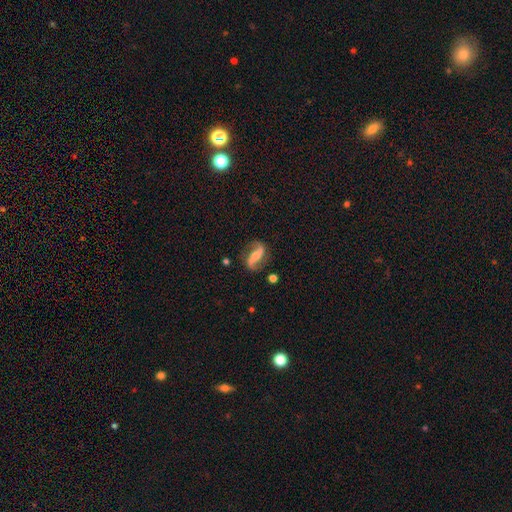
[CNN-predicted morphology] featured or disk 86%, smooth 8%, star or artifact 5%. Down the decision tree: edge-on disk — no (95%); bar — strong (50%); spiral arms — yes (96%); spiral arm count — 2 (93%); spiral winding — loose (67%); bulge size — small (46%); merging — none (81%).